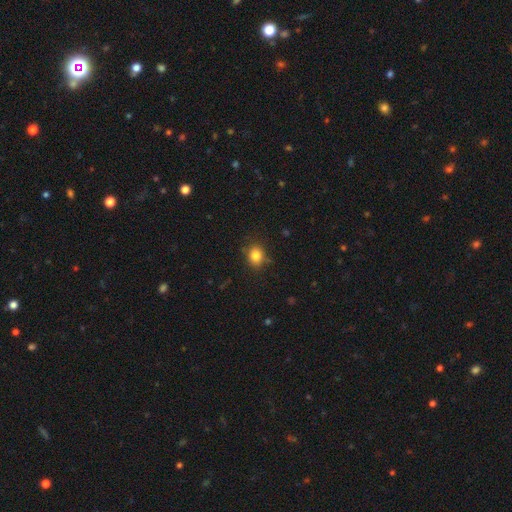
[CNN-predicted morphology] Smooth or featured? smooth (82%)
How rounded? round (69%)
Merging? none (79%)